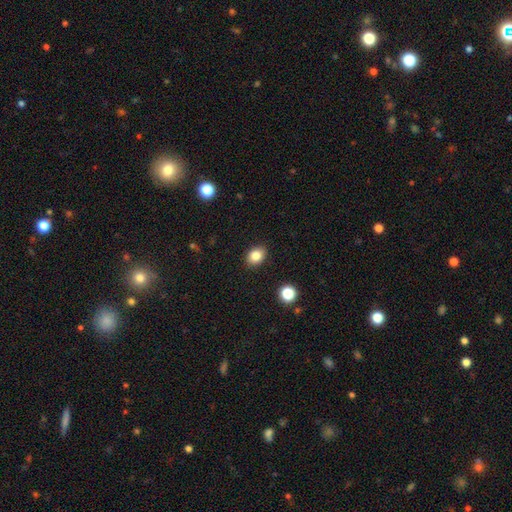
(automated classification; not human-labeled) Smooth or featured? Predicted: smooth (p=0.84). How rounded? Predicted: in between (p=0.61). Merging? Predicted: none (p=0.89).